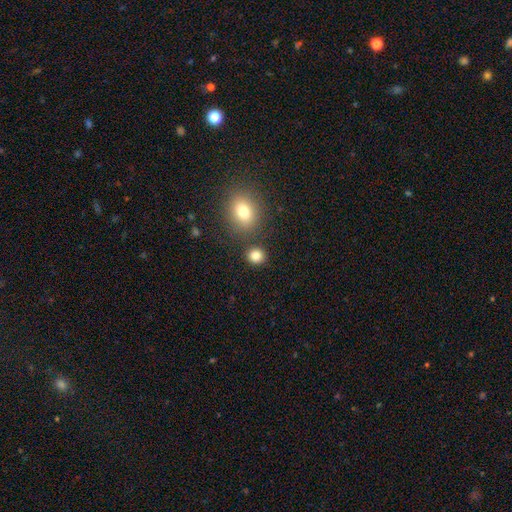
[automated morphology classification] The model was most divided on "how rounded": round: 84%, in between: 15%, cigar-shaped: 1%. More confident: smooth or featured — smooth (83%); merging — none (82%).